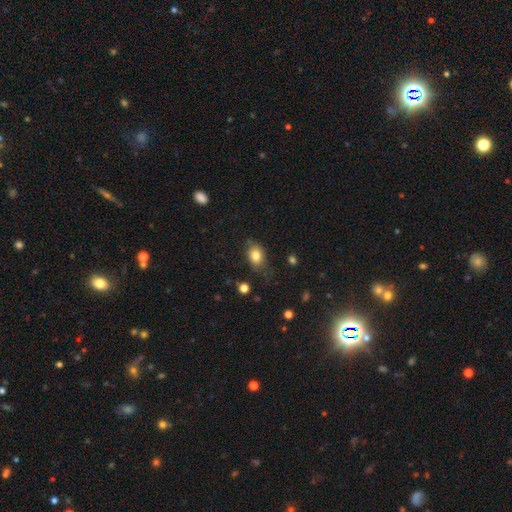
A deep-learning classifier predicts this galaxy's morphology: This is clearly a smooth galaxy (82%). How rounded: likely in between (75%). Merging: likely none (71%).